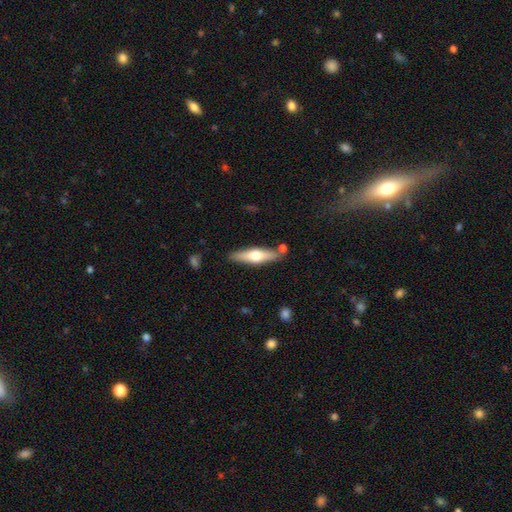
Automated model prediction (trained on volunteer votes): A featured or disk galaxy (49%).

Vote fractions:
- Smooth or featured? featured or disk: 49% / smooth: 46% / star or artifact: 5%
- Merging? none: 83% / minor disturbance: 10% / merger: 5% / major disturbance: 2%